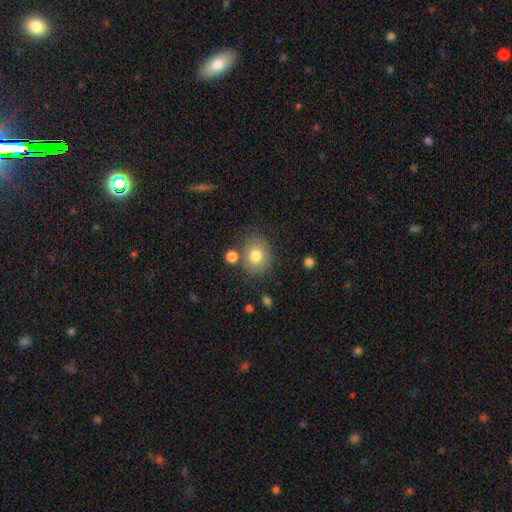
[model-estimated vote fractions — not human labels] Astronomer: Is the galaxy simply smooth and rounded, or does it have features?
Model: smooth — 77%.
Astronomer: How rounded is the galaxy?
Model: round — 63%.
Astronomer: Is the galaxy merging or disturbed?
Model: none — 72%.